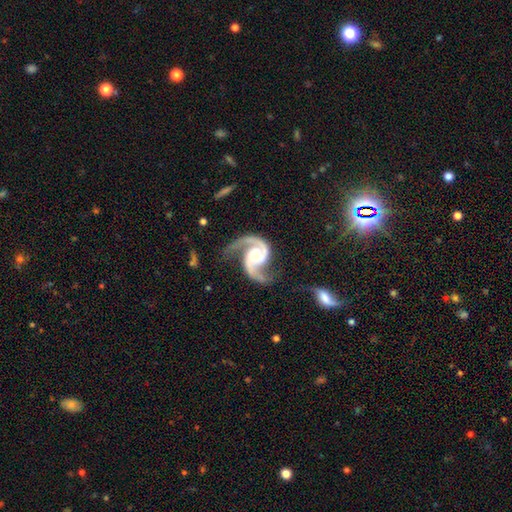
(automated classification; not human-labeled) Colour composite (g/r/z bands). It shows a featured or disk galaxy (94%) with no bar (63%), 2 (94%) medium (59%) spiral arms (99%) and a small central bulge (45%). Merging: none (67%).